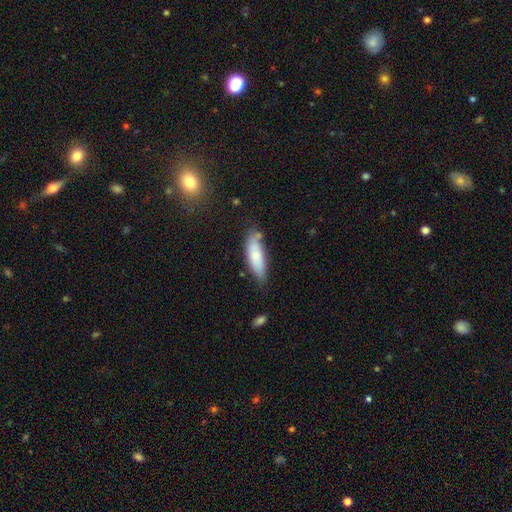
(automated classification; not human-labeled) smooth_or_featured: smooth (p=0.73) [alt: featured or disk p=0.20]
how_rounded: in between (p=0.52) [alt: cigar-shaped p=0.46]
merging: none (p=0.69) [alt: minor disturbance p=0.21]